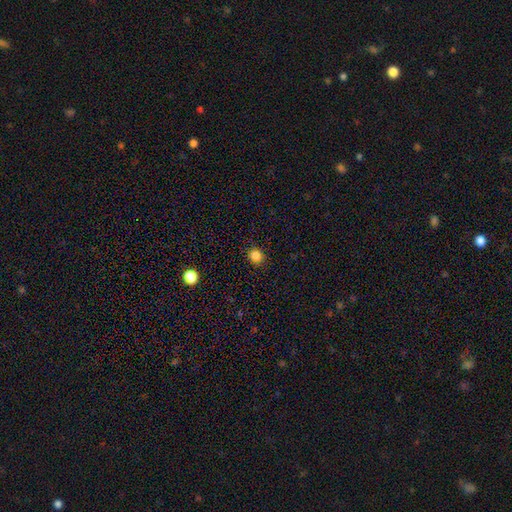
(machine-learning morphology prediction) Smooth or featured: smooth — 84% (star or artifact — 13%)
How rounded: round — 84% (in between — 15%)
Merging: none — 91% (minor disturbance — 6%)